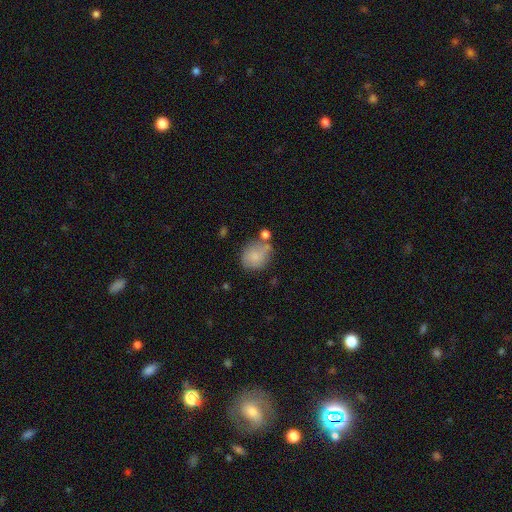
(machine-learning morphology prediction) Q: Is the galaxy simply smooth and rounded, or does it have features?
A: smooth — 77%.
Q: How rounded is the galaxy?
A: round — 60%.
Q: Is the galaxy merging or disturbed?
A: none — 52%.